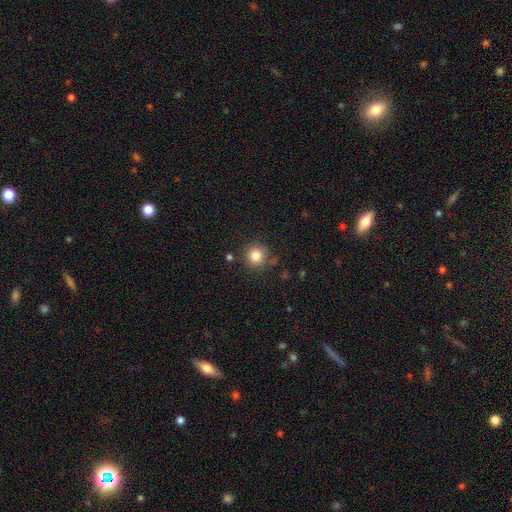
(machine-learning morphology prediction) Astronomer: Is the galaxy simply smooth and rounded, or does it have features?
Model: smooth — 83%.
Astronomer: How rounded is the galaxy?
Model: round — 94%.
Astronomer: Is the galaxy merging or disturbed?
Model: none — 83%.